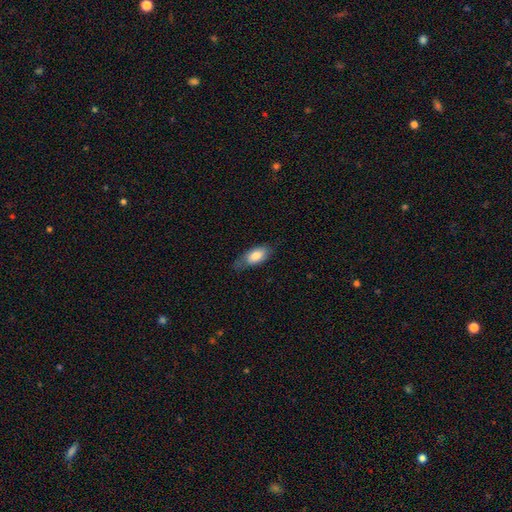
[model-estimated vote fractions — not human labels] Overall: smooth (79%). How rounded: in between (87%). Merging: none (62%; minor disturbance 28%).